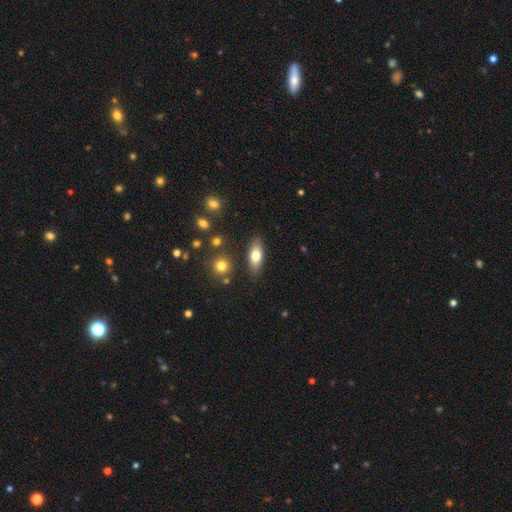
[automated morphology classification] Smooth or featured: smooth — 73% (featured or disk — 20%)
How rounded: in between — 78% (cigar-shaped — 19%)
Merging: none — 82% (minor disturbance — 12%)